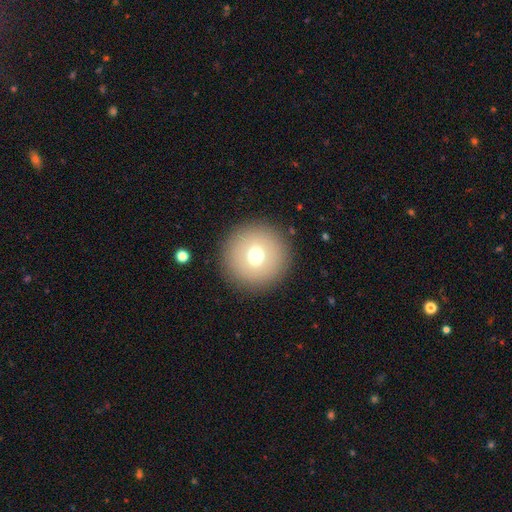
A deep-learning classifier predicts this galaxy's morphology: Q: Smooth or featured?
A: smooth (69%); runner-up: featured or disk (17%)
Q: How rounded?
A: round (96%); runner-up: in between (3%)
Q: Merging?
A: none (91%); runner-up: minor disturbance (5%)